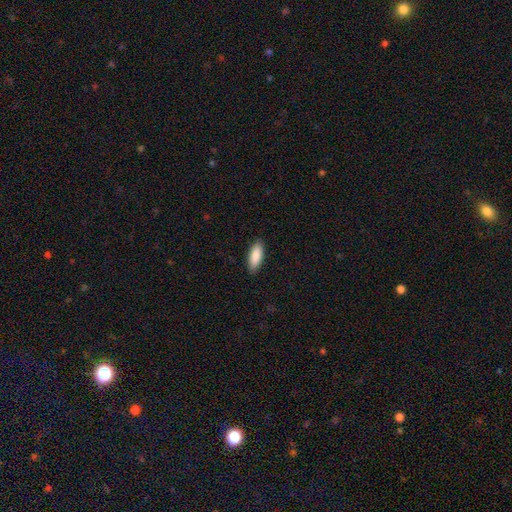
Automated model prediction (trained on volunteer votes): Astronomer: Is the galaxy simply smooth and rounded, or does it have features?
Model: smooth — 88%.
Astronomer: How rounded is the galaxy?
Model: in between — 71%.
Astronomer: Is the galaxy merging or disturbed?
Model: none — 88%.